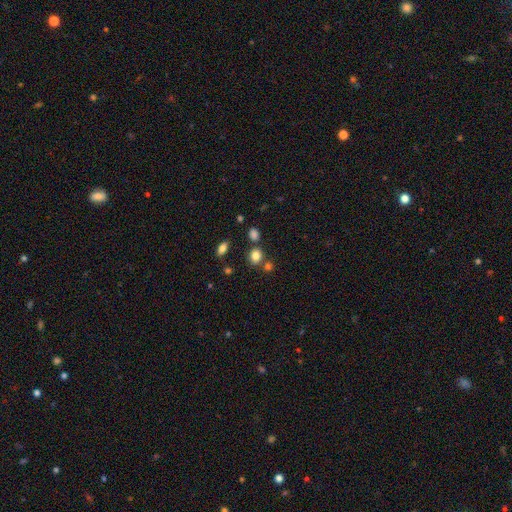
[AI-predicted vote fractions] This appears to be a smooth galaxy with no disk features (81%) that is round (66%). Merging: none (72%).